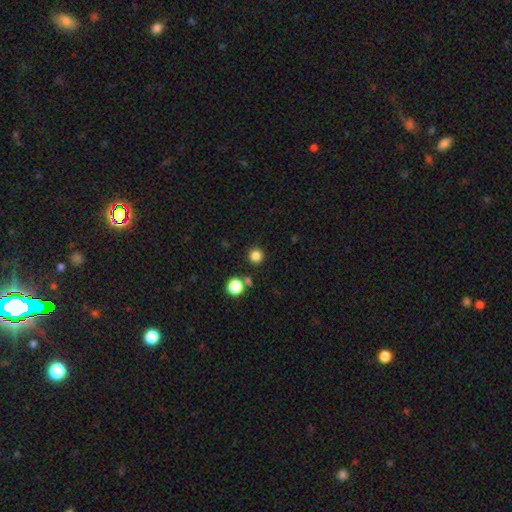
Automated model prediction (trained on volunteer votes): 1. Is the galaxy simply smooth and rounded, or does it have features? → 83% smooth, 14% star or artifact, 4% featured or disk.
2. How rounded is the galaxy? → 95% round, 5% in between, 1% cigar-shaped.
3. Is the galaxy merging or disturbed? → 88% none, 6% minor disturbance, 4% merger, 2% major disturbance.